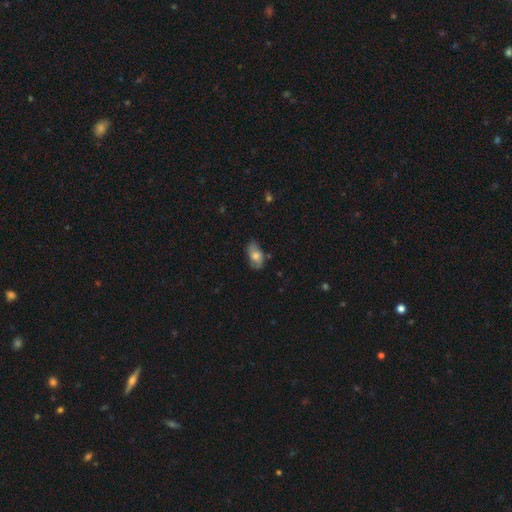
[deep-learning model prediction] Overall: smooth (65%; featured or disk 27%). How rounded: in between (90%). Merging: none (69%).